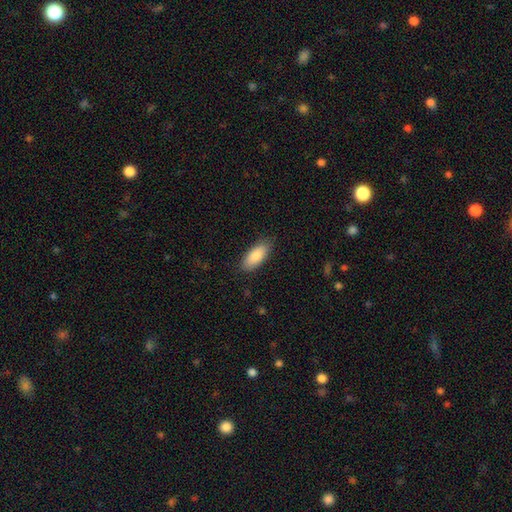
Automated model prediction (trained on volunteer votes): Overall: smooth (87%). How rounded: in between (84%). Merging: none (85%).